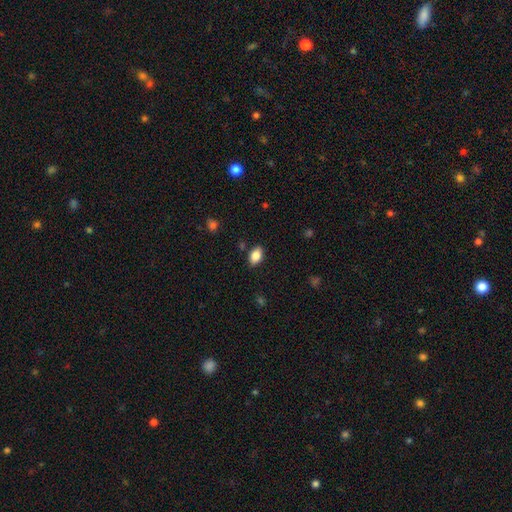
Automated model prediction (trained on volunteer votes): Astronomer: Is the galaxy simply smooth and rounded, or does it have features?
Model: smooth — 85%.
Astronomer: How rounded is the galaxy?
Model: in between — 90%.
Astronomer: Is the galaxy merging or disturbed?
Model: none — 85%.